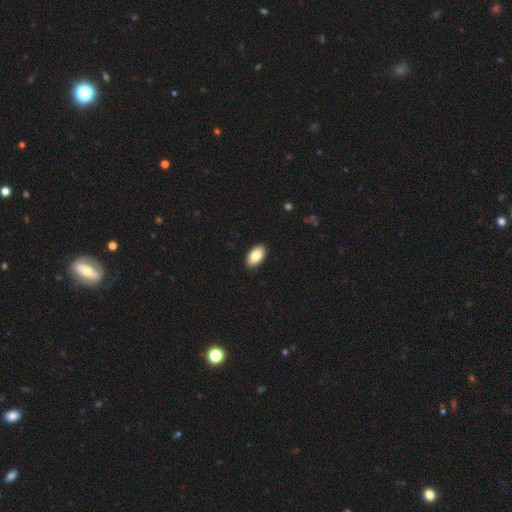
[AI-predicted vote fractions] Morphology: type=smooth (84%); roundness=in between (95%); merging=none (91%).